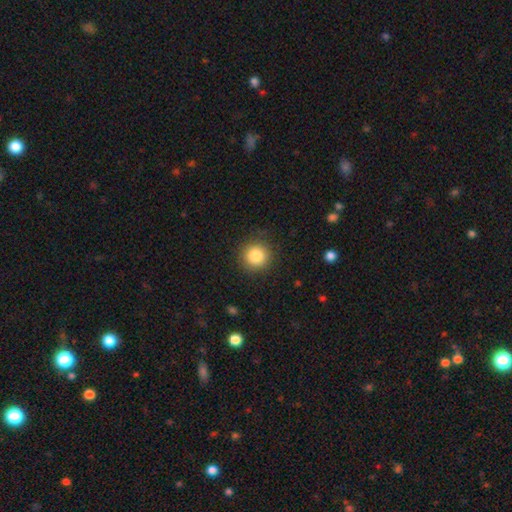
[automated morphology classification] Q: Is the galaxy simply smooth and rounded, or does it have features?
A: smooth — 84%.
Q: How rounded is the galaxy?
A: round — 94%.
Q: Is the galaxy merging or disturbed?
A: none — 88%.